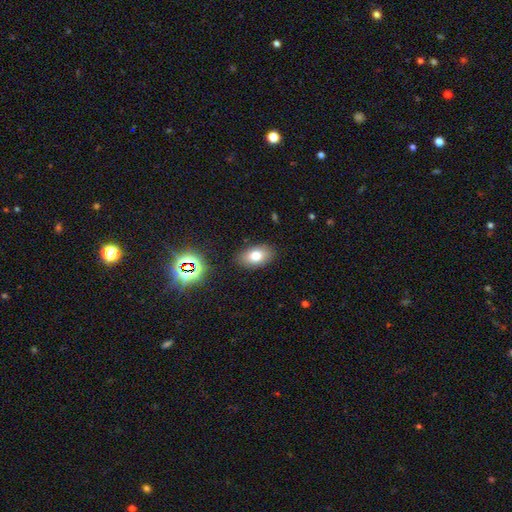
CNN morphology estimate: This appears to be a smooth galaxy with no disk features (76%) that is in between round and cigar-shaped (88%). Merging: none (86%).